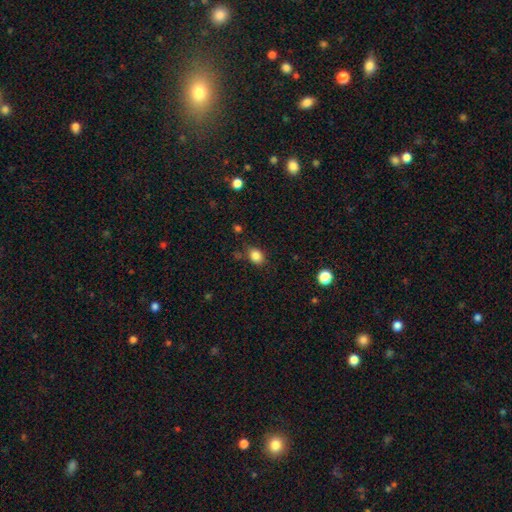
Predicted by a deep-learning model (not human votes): Q: Smooth or featured?
A: smooth (84%); runner-up: star or artifact (11%)
Q: How rounded?
A: in between (57%); runner-up: round (42%)
Q: Merging?
A: none (74%); runner-up: minor disturbance (17%)